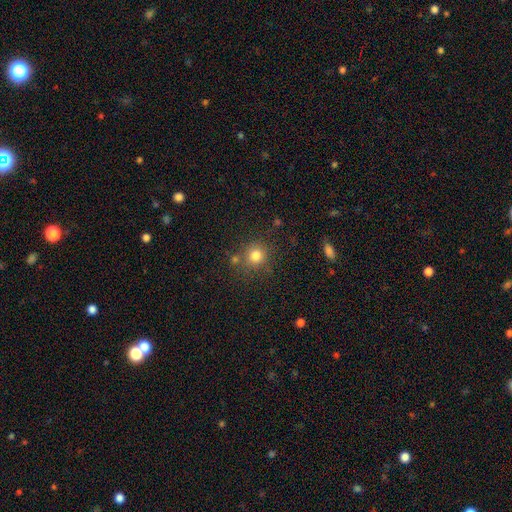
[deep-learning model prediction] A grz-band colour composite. It shows a smooth galaxy with no disk features (80%) that is round (90%). Merging: none (76%).